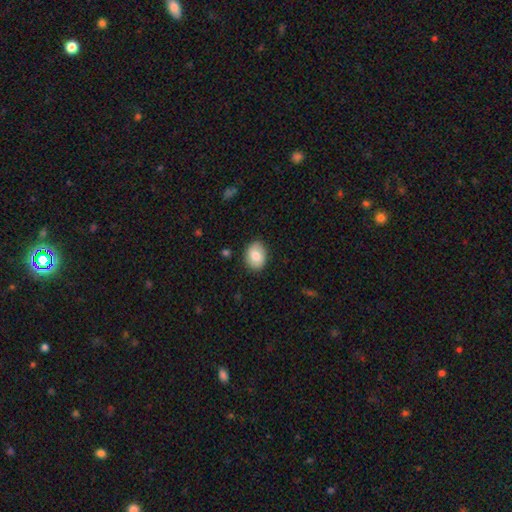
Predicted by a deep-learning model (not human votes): A smooth galaxy with no disk features (81%) that is in between round and cigar-shaped (64%). Merging: none (85%).